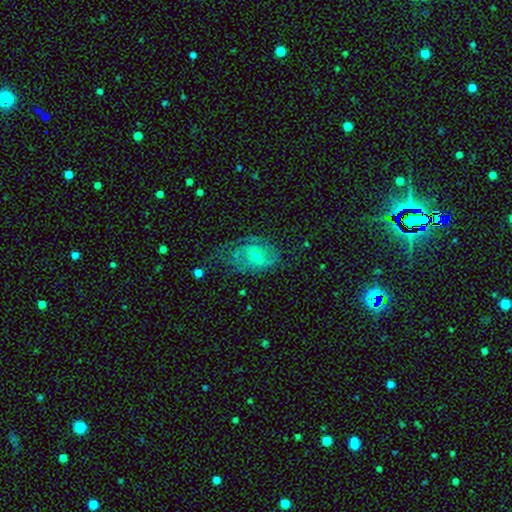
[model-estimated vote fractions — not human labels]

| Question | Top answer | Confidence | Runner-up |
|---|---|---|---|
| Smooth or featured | featured or disk | 57% | smooth (35%) |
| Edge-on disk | no | 95% | yes (5%) |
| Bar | no | 63% | weak (31%) |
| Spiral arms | yes | 73% | no (27%) |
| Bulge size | small | 51% | moderate (44%) |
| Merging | none | 44% | minor disturbance (29%) |